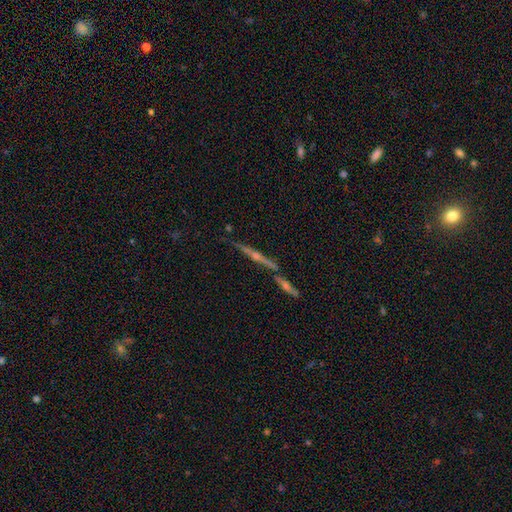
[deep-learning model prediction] A featured or disk galaxy (76%) viewed edge-on (96%) with a rounded central bulge (77%).

Vote fractions:
- Smooth or featured? featured or disk: 76% / smooth: 13% / star or artifact: 11%
- Edge-on disk? yes: 96% / no: 4%
- Edge-on bulge? rounded: 77% / none: 16% / boxy: 7%
- Merging? none: 69% / merger: 18% / minor disturbance: 9% / major disturbance: 3%